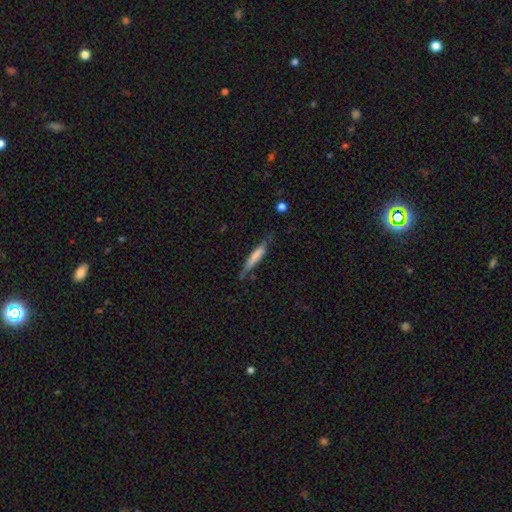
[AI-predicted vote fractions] Morphology: type=smooth (66%); roundness=cigar-shaped (88%); merging=none (65%).